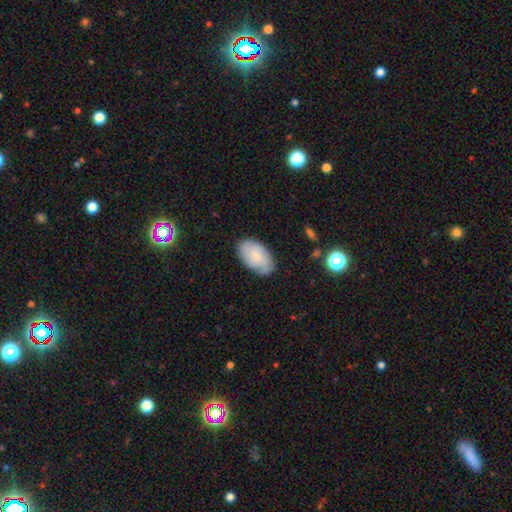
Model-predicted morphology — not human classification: The model was most divided on "smooth or featured": smooth: 62%, featured or disk: 31%, star or artifact: 7%. More confident: how rounded — in between (93%); merging — none (78%).